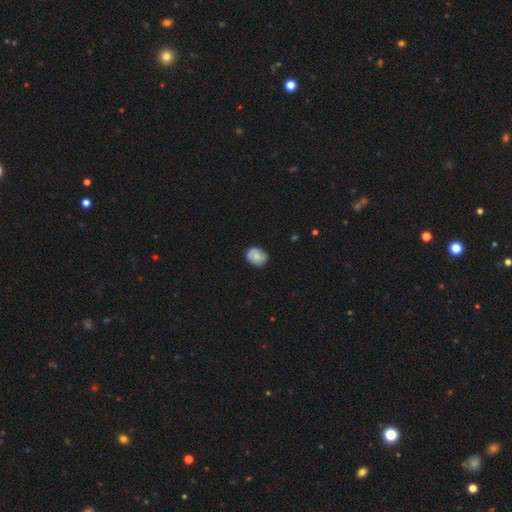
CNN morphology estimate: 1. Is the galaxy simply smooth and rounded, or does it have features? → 56% smooth, 36% featured or disk, 7% star or artifact.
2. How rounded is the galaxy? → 51% round, 48% in between, 1% cigar-shaped.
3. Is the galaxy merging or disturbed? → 71% none, 22% minor disturbance, 4% major disturbance, 2% merger.